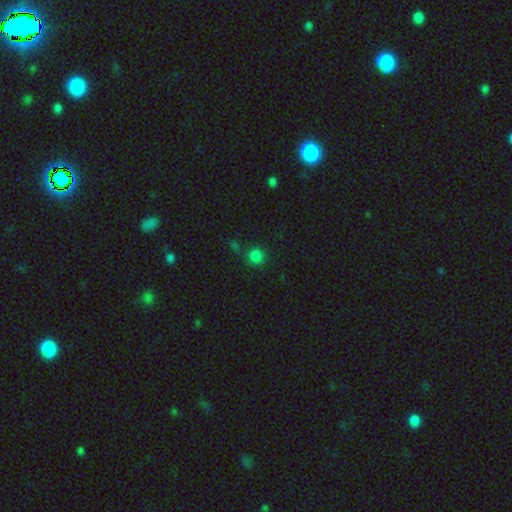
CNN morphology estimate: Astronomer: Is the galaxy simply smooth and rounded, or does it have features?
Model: smooth — 78%.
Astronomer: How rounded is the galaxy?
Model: round — 90%.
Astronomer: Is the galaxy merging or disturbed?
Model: none — 76%.